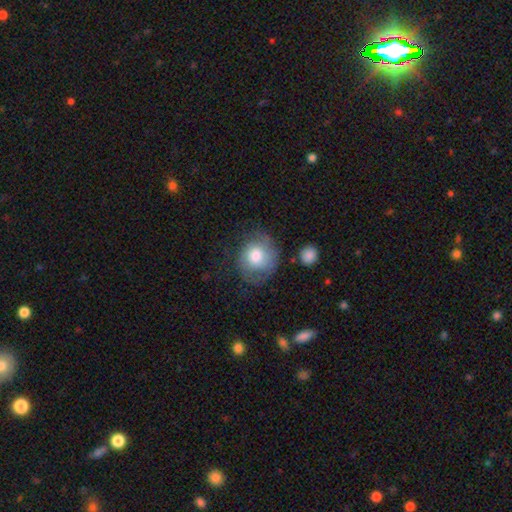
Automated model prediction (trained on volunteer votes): Morphology: type=smooth (60%); roundness=round (77%); merging=none (51%).